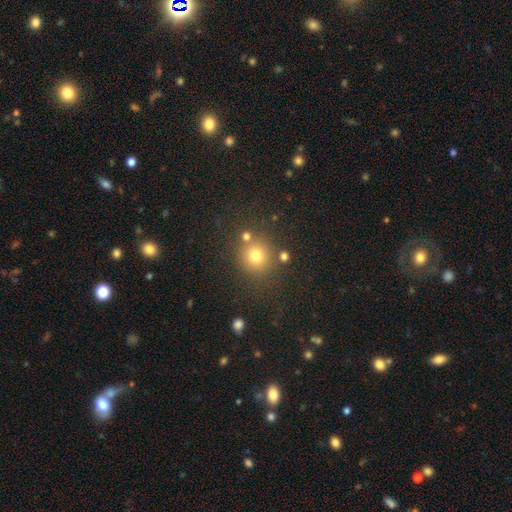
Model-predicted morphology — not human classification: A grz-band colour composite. It shows a smooth galaxy with no disk features (74%) that is round (89%). Merging: none (77%).